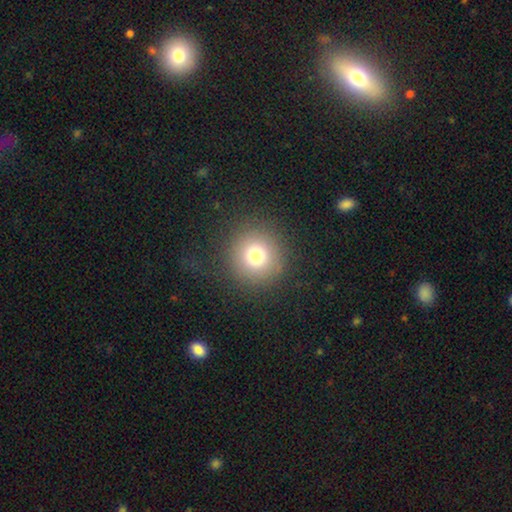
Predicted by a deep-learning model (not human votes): smooth_or_featured: smooth (p=0.76) [alt: star or artifact p=0.15]
how_rounded: round (p=0.95) [alt: in between p=0.04]
merging: none (p=0.88) [alt: minor disturbance p=0.06]